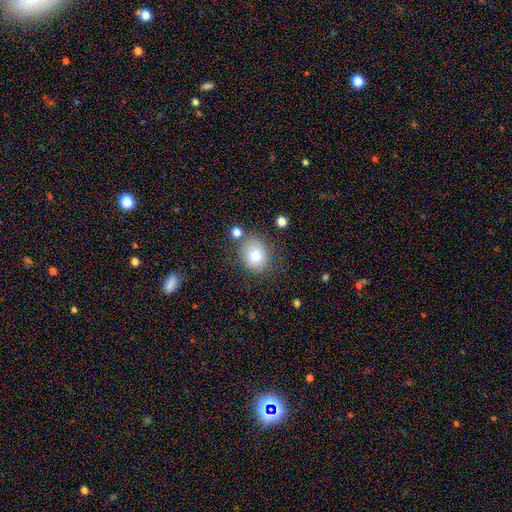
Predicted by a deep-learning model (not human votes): smooth-or-featured: smooth: 74% | featured or disk: 15% | star or artifact: 11%
  how-rounded: round: 60% | in between: 40% | cigar-shaped: 1%
  merging: none: 69% | minor disturbance: 16% | merger: 9% | major disturbance: 6%